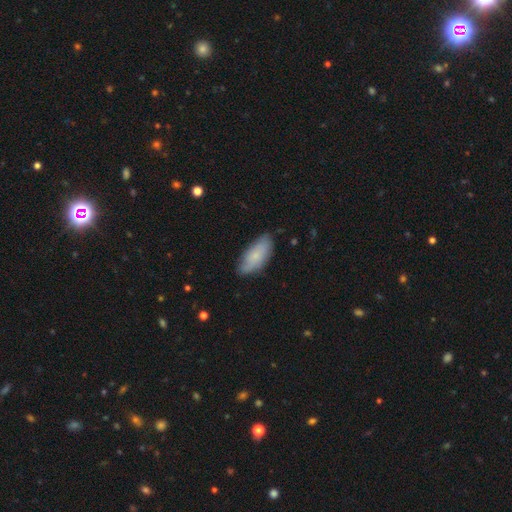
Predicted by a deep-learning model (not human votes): smooth 70%, featured or disk 24%, star or artifact 6%. Down the decision tree: how rounded — in between (87%); merging — none (74%).